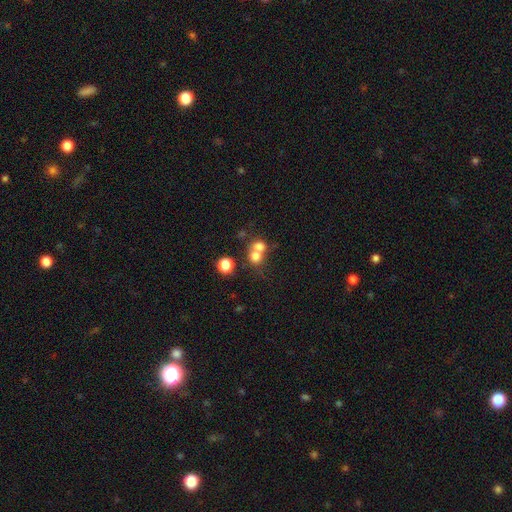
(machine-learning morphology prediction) A smooth galaxy with no disk features (71%) that is round (76%). Merging: merger (60%).